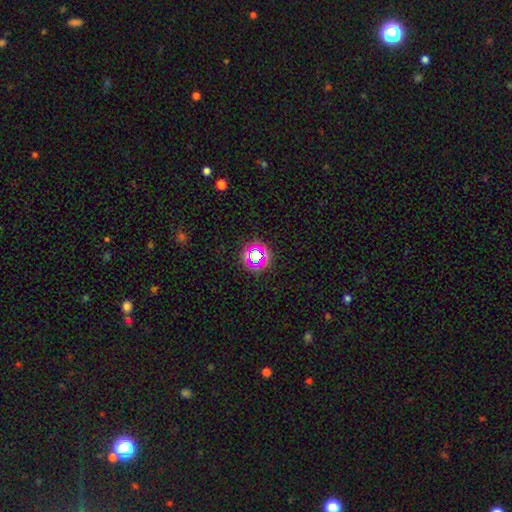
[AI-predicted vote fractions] This appears to be a star or artifact, not a galaxy (55%).